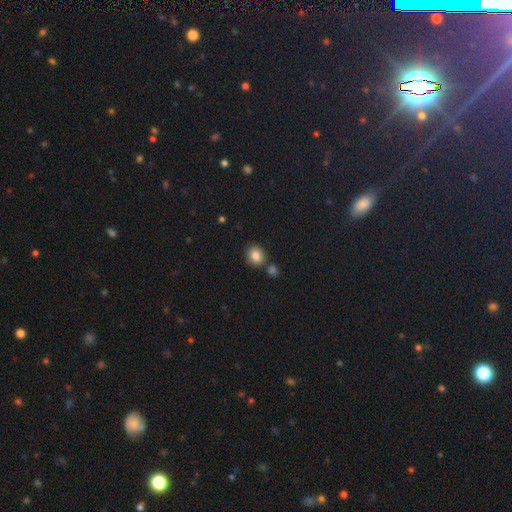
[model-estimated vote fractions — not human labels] smooth_or_featured: smooth (p=0.84) [alt: star or artifact p=0.10]
how_rounded: round (p=0.68) [alt: in between p=0.31]
merging: none (p=0.74) [alt: merger p=0.14]